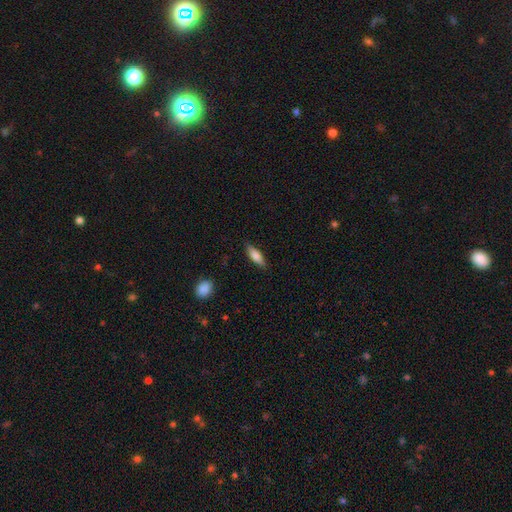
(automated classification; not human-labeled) Smooth or featured? smooth (72%)
How rounded? in between (52%)
Merging? none (85%)